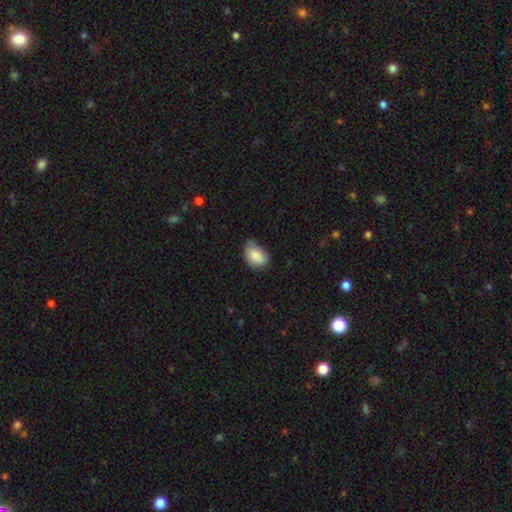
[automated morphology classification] type=smooth (85%); roundness=in between (84%); merging=none (52%).